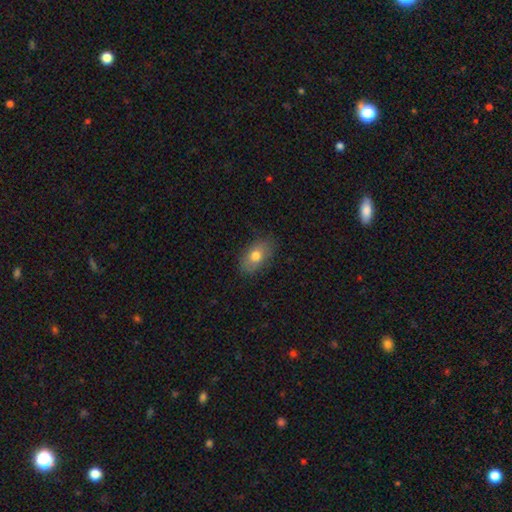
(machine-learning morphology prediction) Q: Smooth or featured?
A: smooth (75%); runner-up: featured or disk (17%)
Q: How rounded?
A: in between (87%); runner-up: round (10%)
Q: Merging?
A: none (80%); runner-up: minor disturbance (15%)